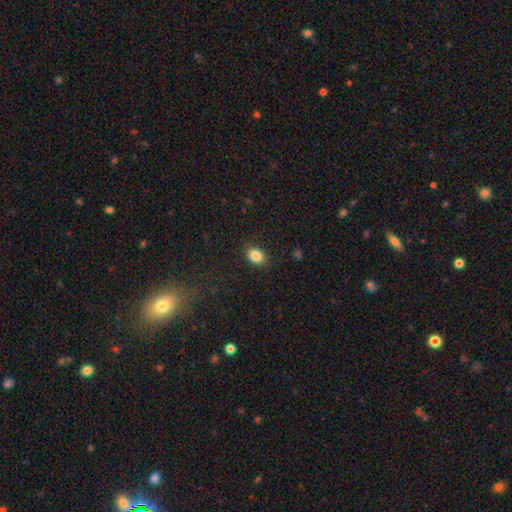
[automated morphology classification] smooth 84%, star or artifact 9%, featured or disk 6%. Down the decision tree: how rounded — in between (69%); merging — none (87%).